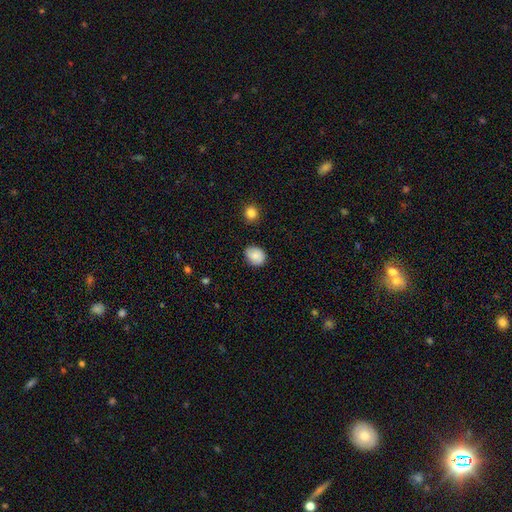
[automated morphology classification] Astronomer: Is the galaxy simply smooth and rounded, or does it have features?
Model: smooth — 79%.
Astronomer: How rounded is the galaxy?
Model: round — 51% (runner-up: in between, 49%).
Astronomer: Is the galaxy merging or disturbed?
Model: none — 76%.